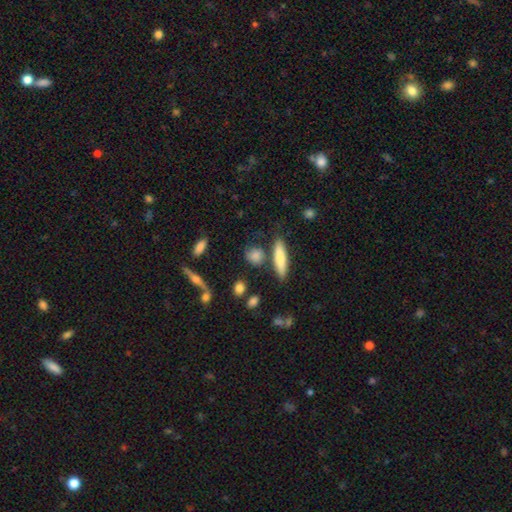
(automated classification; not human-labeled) smooth_or_featured: smooth (p=0.77) [alt: featured or disk p=0.14]
how_rounded: round (p=0.37) [alt: cigar-shaped p=0.32]
merging: none (p=0.73) [alt: minor disturbance p=0.13]